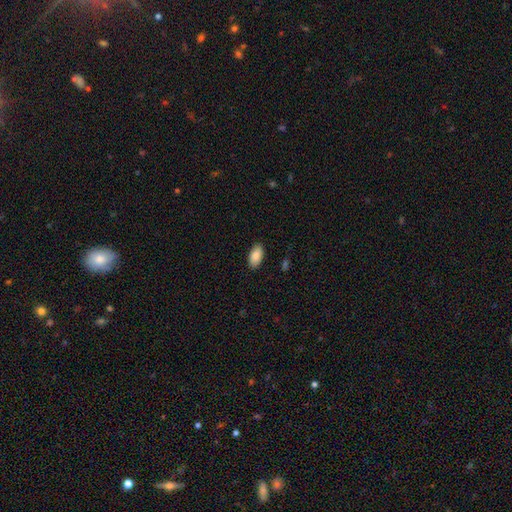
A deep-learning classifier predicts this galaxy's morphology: Smooth or featured?
  - smooth: 89% *
  - star or artifact: 6%
  - featured or disk: 5%
How rounded?
  - in between: 94% *
  - cigar-shaped: 3%
  - round: 2%
Merging?
  - none: 88% *
  - minor disturbance: 9%
  - major disturbance: 2%
  - merger: 1%